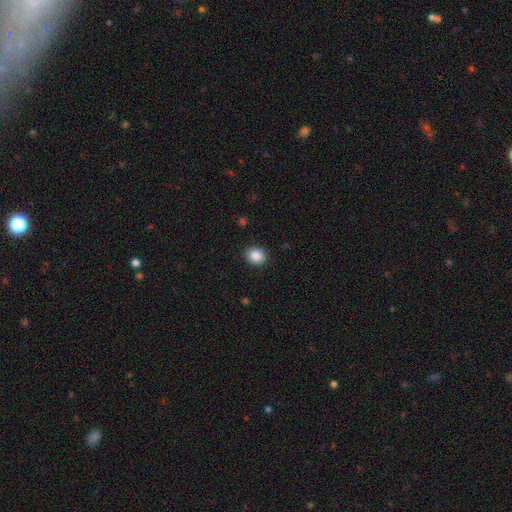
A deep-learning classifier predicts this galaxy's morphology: A smooth galaxy with no disk features (87%) that is round (70%).

Vote fractions:
- Smooth or featured? smooth: 87% / star or artifact: 9% / featured or disk: 4%
- How rounded? round: 70% / in between: 29% / cigar-shaped: 1%
- Merging? none: 91% / minor disturbance: 6% / major disturbance: 2% / merger: 1%